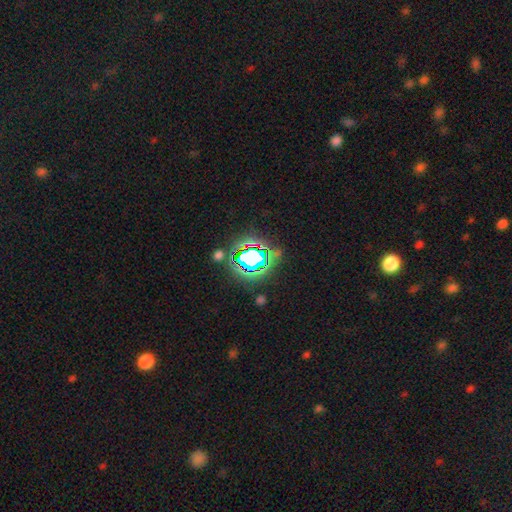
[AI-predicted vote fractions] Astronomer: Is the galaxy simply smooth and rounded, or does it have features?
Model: star or artifact — 66%.